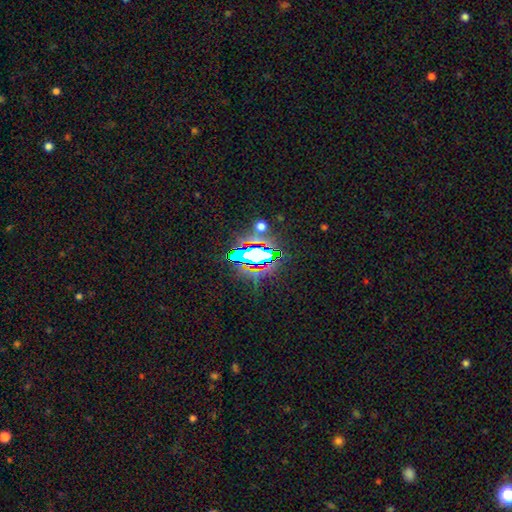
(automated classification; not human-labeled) Morphology: type=star or artifact (65%).